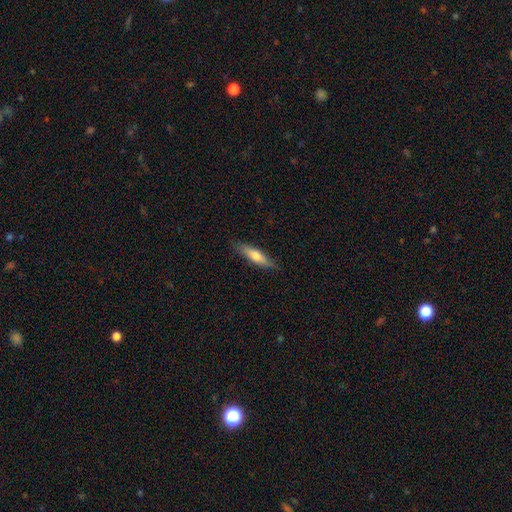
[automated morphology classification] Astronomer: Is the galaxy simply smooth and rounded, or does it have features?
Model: smooth — 64%.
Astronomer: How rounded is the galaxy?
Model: cigar-shaped — 71%.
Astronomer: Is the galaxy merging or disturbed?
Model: none — 83%.